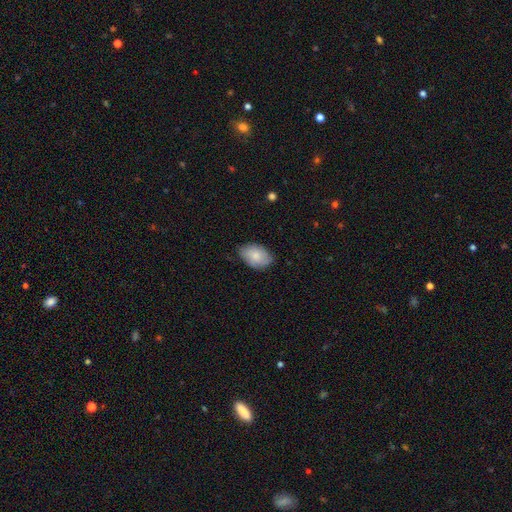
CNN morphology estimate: Q: Smooth or featured?
A: smooth (76%); runner-up: featured or disk (18%)
Q: How rounded?
A: in between (89%); runner-up: round (10%)
Q: Merging?
A: none (74%); runner-up: minor disturbance (21%)